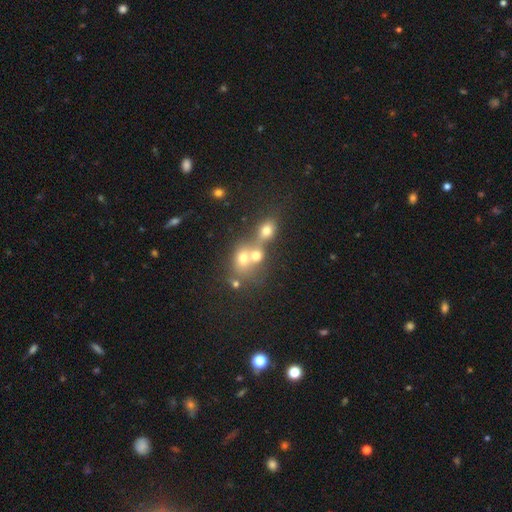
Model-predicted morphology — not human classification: type=smooth (66%); roundness=round (62%); merging=merger (58%).